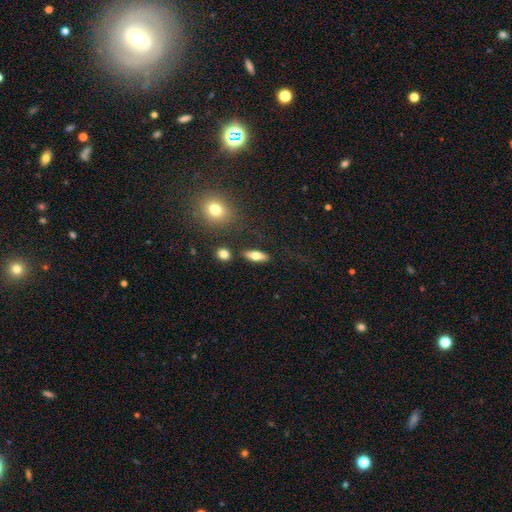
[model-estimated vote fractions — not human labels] Smooth or featured? smooth (64%)
How rounded? in between (67%)
Merging? none (82%)